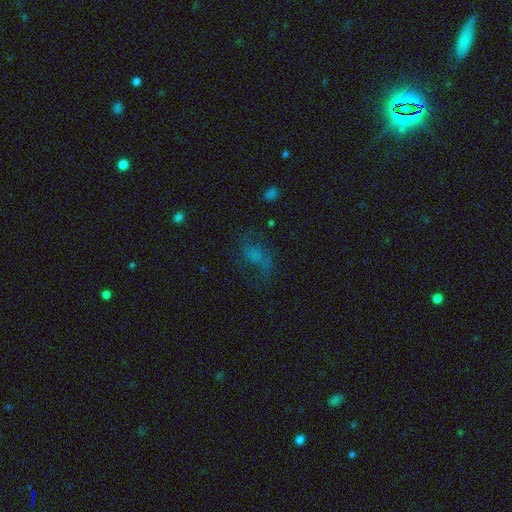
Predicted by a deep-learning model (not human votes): This is marginally a smooth galaxy (43%). Merging: marginally none (44%).